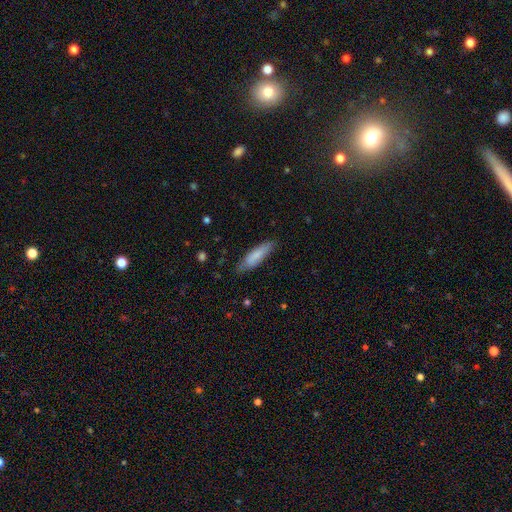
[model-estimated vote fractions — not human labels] Overall: smooth (78%). How rounded: cigar-shaped (62%; in between 36%). Merging: none (75%).